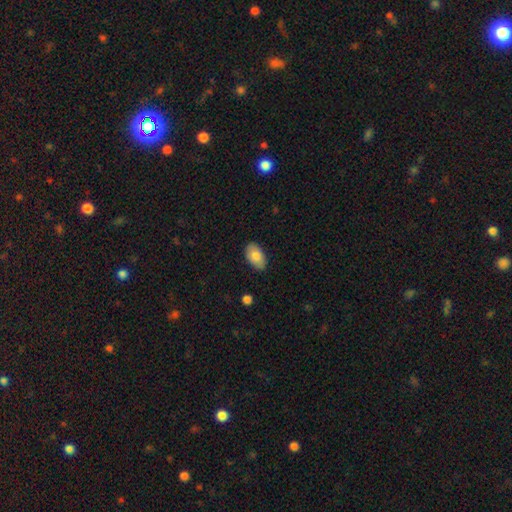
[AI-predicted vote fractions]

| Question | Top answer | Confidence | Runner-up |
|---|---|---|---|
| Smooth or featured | smooth | 81% | featured or disk (12%) |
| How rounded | in between | 93% | round (6%) |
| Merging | none | 84% | minor disturbance (13%) |